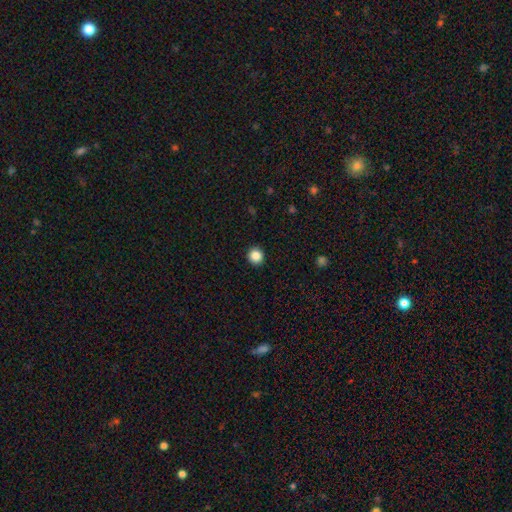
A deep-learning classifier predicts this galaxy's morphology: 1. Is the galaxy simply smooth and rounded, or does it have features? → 86% smooth, 10% star or artifact, 4% featured or disk.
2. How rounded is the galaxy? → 93% round, 6% in between, 1% cigar-shaped.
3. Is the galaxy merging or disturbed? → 93% none, 5% minor disturbance, 2% major disturbance, 1% merger.